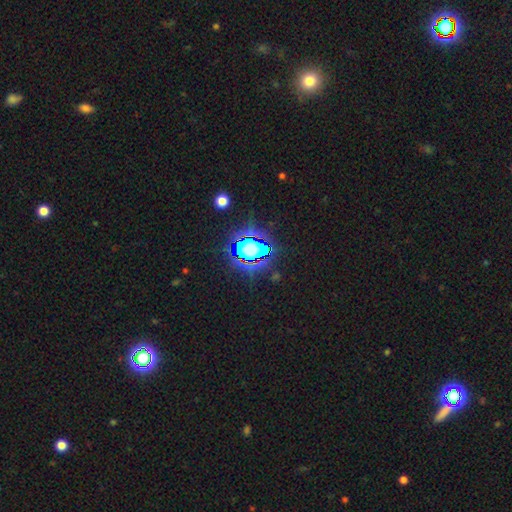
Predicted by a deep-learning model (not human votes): Overall: star or artifact (81%).